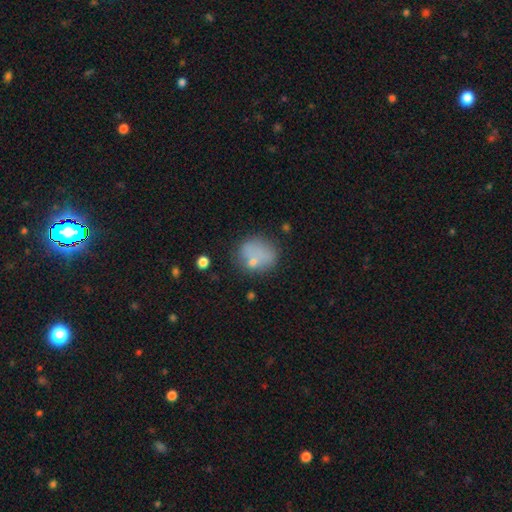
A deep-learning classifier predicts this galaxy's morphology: A smooth galaxy with no disk features (73%) that is round (67%). Merging: none (55%).